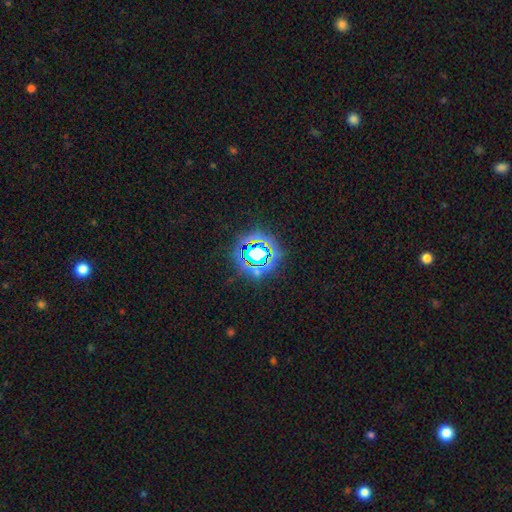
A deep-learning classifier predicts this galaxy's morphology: Q: Smooth or featured?
A: star or artifact (68%); runner-up: smooth (20%)